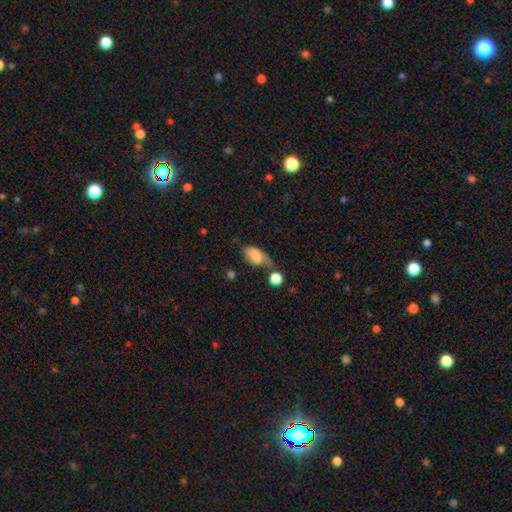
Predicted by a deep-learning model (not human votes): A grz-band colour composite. It shows a smooth galaxy with no disk features (70%) that is in between round and cigar-shaped (90%). Merging: none (33%).